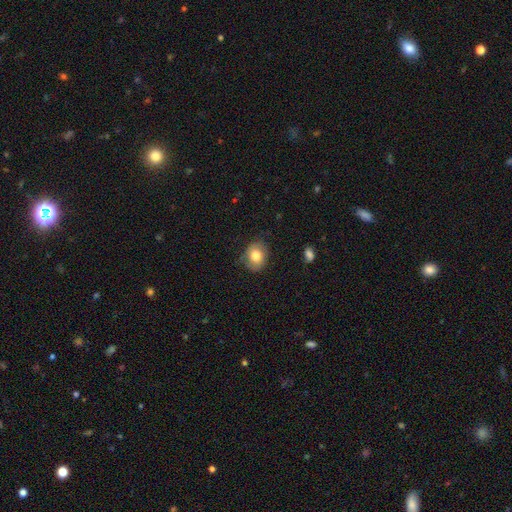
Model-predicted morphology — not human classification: smooth-or-featured: smooth: 75% | featured or disk: 17% | star or artifact: 8%
  how-rounded: in between: 50% | round: 49% | cigar-shaped: 1%
  merging: none: 73% | minor disturbance: 20% | major disturbance: 6% | merger: 1%